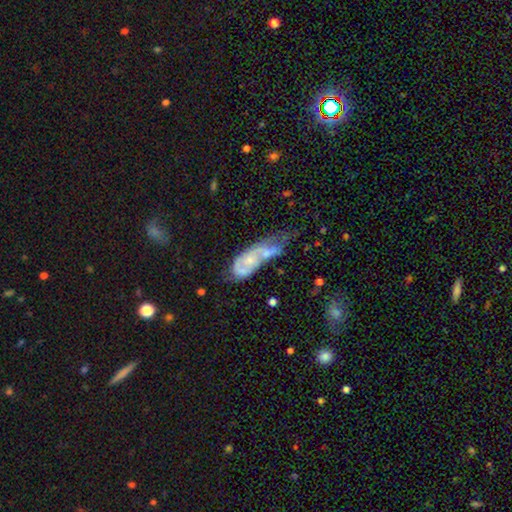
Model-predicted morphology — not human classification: type=featured or disk (50%); merging=none (36%).